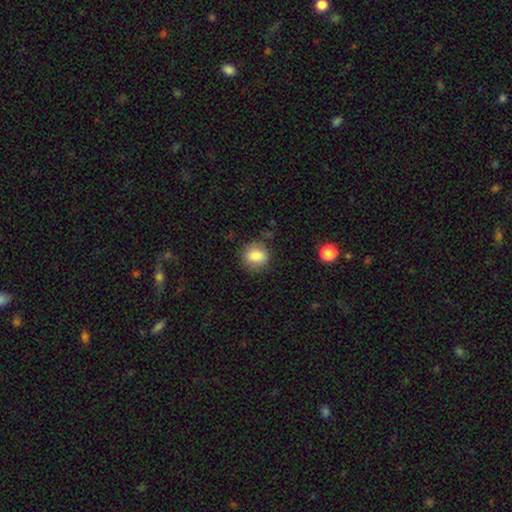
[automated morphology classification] A smooth galaxy with no disk features (84%) that is round (67%).

Vote fractions:
- Smooth or featured? smooth: 84% / star or artifact: 9% / featured or disk: 7%
- How rounded? round: 67% / in between: 32% / cigar-shaped: 1%
- Merging? none: 78% / minor disturbance: 16% / major disturbance: 5% / merger: 2%